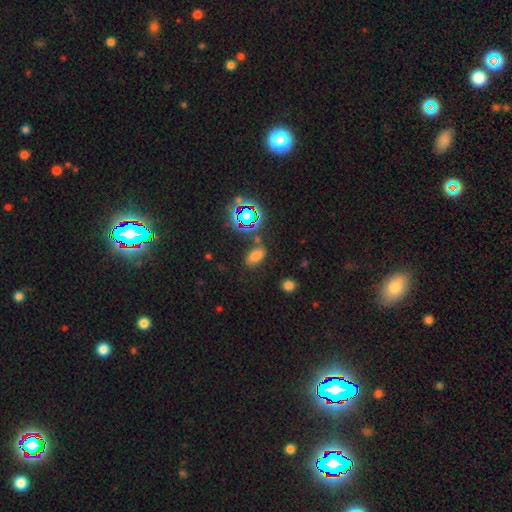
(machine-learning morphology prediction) This appears to be a smooth galaxy with no disk features (64%) that is in between round and cigar-shaped (89%). Merging: none (71%).